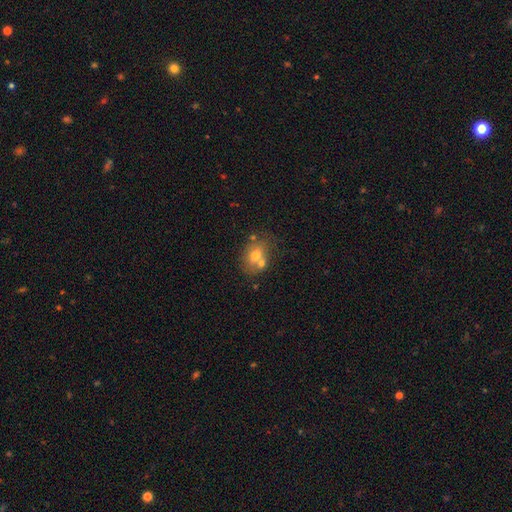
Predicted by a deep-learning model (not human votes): smooth-or-featured: smooth: 66% | featured or disk: 24% | star or artifact: 11%
  how-rounded: in between: 57% | round: 42% | cigar-shaped: 1%
  merging: none: 49% | merger: 33% | minor disturbance: 13% | major disturbance: 5%